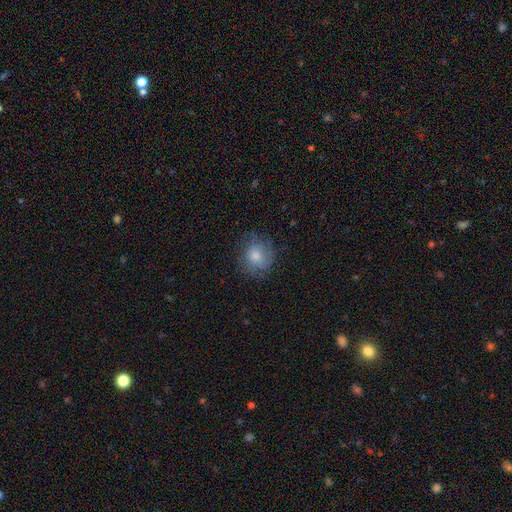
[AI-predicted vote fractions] Smooth or featured? Predicted: smooth (p=0.57). How rounded? Predicted: round (p=0.79). Merging? Predicted: none (p=0.72).